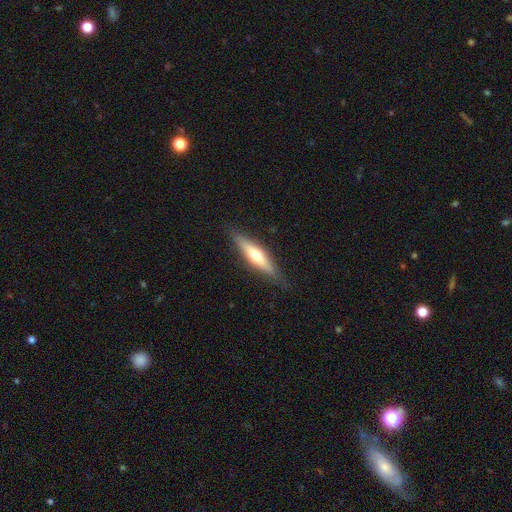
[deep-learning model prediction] smooth-or-featured: featured or disk: 54% | smooth: 41% | star or artifact: 6%
  disk-edge-on: yes: 91% | no: 9%
  merging: none: 86% | minor disturbance: 11% | major disturbance: 3% | merger: 1%